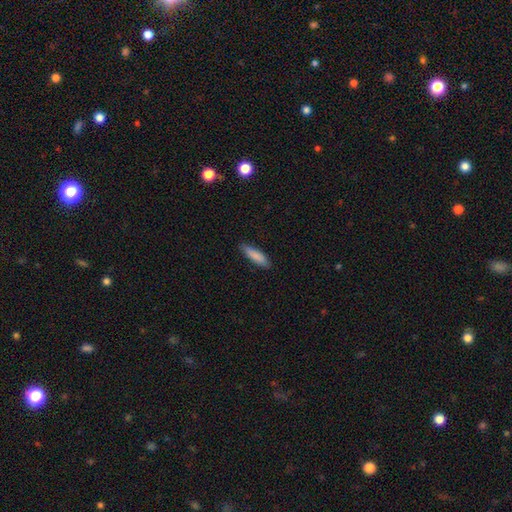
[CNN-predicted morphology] Overall: smooth (86%). How rounded: cigar-shaped (69%; in between 30%). Merging: none (86%).